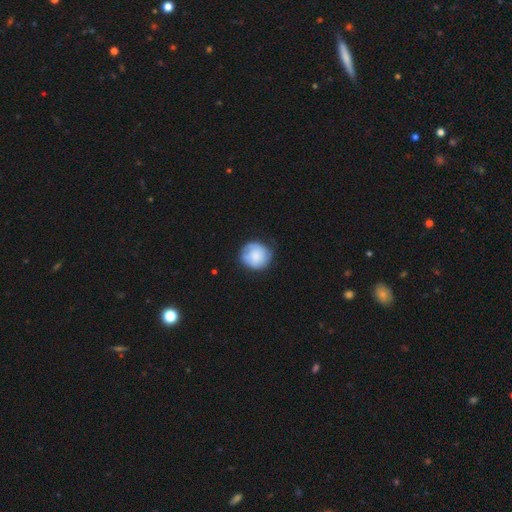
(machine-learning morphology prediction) smooth_or_featured: smooth (p=0.61) [alt: featured or disk p=0.32]
how_rounded: round (p=0.88) [alt: in between p=0.11]
merging: none (p=0.67) [alt: minor disturbance p=0.24]